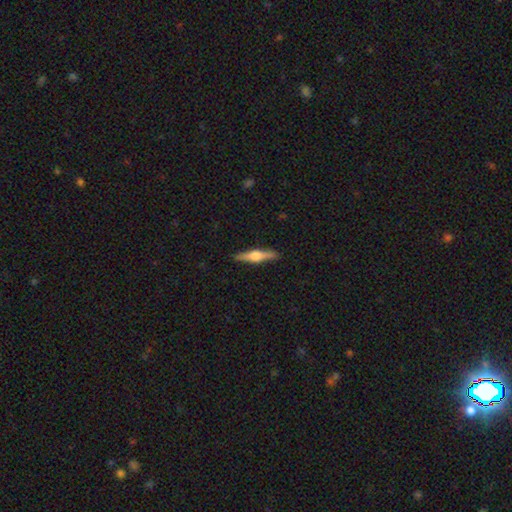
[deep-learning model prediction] Smooth or featured? Predicted: featured or disk (p=0.67). Edge-on disk? Predicted: yes (p=0.97). Edge-on bulge? Predicted: rounded (p=0.91). Merging? Predicted: none (p=0.91).